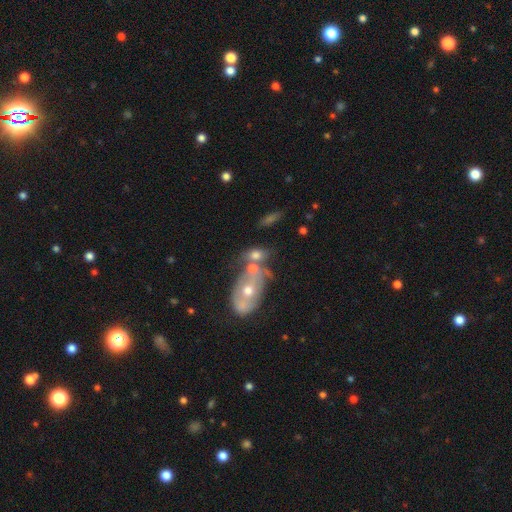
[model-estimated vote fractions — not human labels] Smooth or featured? smooth (55%)
How rounded? in between (80%)
Merging? merger (53%)